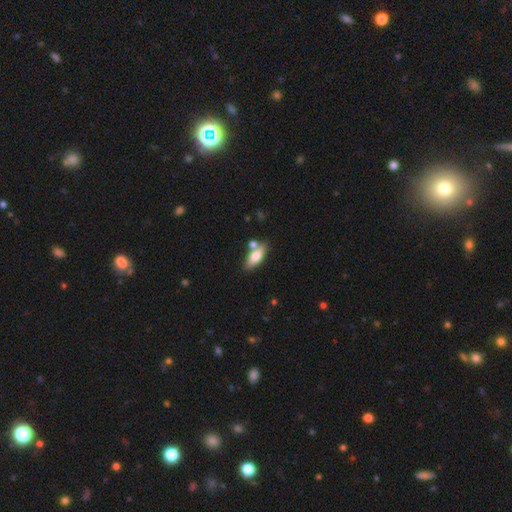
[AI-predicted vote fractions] The model was most divided on "merging": none: 68%, merger: 15%, minor disturbance: 13%, major disturbance: 3%. More confident: how rounded — in between (78%); smooth or featured — smooth (74%).